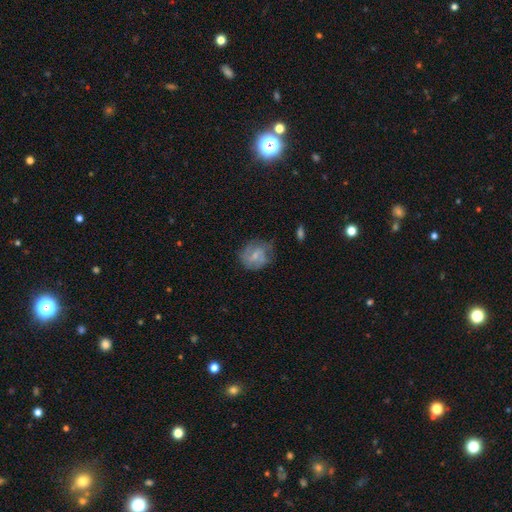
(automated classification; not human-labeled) Smooth or featured?
  - featured or disk: 48% *
  - smooth: 44%
  - star or artifact: 8%
Merging?
  - none: 58% *
  - minor disturbance: 27%
  - major disturbance: 14%
  - merger: 2%